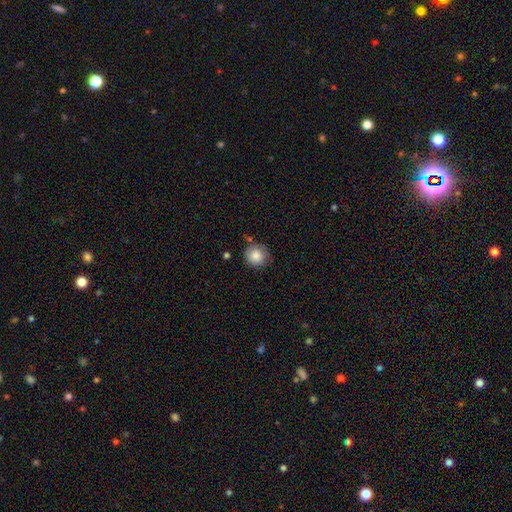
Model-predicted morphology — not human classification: type=smooth (85%); roundness=round (91%); merging=none (76%).